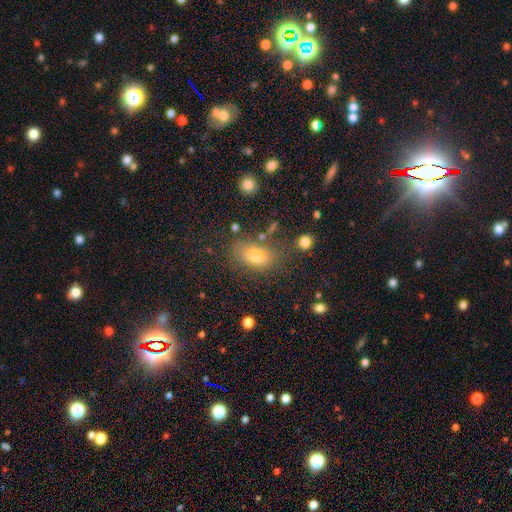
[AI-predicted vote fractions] smooth-or-featured: smooth: 75% | star or artifact: 13% | featured or disk: 12%
  how-rounded: in between: 82% | round: 15% | cigar-shaped: 3%
  merging: none: 69% | minor disturbance: 17% | merger: 7% | major disturbance: 7%